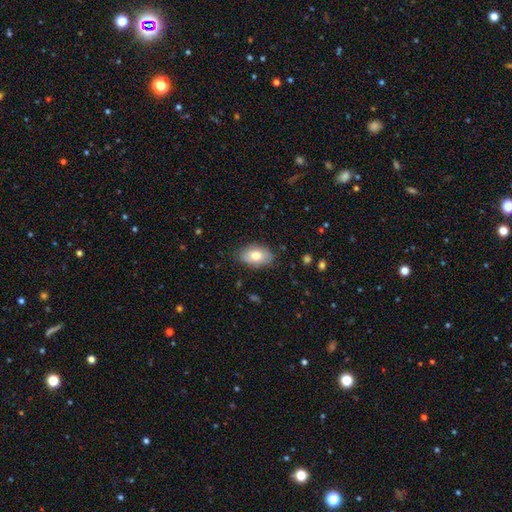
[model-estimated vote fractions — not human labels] This is likely a smooth galaxy (76%). How rounded: clearly in between (91%). Merging: clearly none (82%).